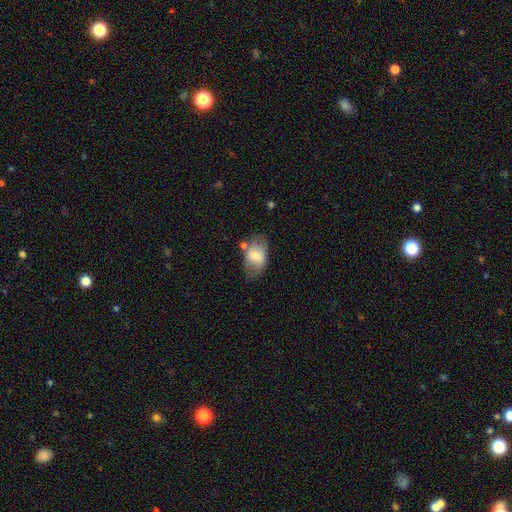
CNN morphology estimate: A smooth galaxy with no disk features (62%) that is in between round and cigar-shaped (86%). Merging: none (51%).